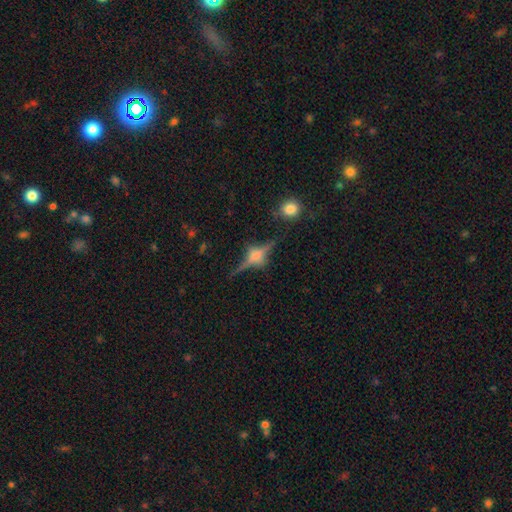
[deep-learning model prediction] A featured or disk galaxy (77%) viewed edge-on (96%) with a rounded central bulge (88%).

Vote fractions:
- Smooth or featured? featured or disk: 77% / star or artifact: 12% / smooth: 12%
- Edge-on disk? yes: 96% / no: 4%
- Edge-on bulge? rounded: 88% / boxy: 9% / none: 3%
- Merging? none: 82% / minor disturbance: 12% / major disturbance: 4% / merger: 3%